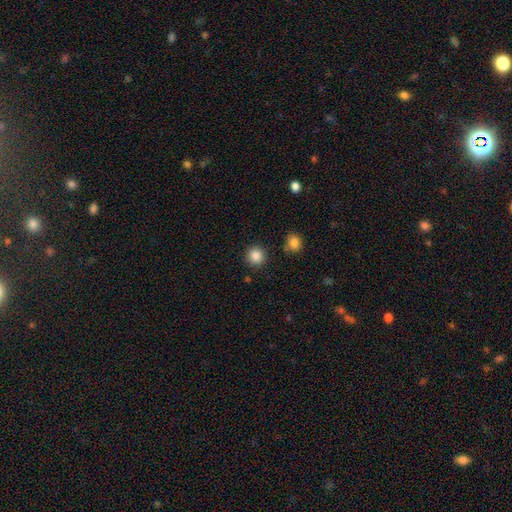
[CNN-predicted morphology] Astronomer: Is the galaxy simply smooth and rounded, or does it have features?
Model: smooth — 86%.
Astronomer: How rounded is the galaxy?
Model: round — 93%.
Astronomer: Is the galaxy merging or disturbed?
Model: none — 88%.